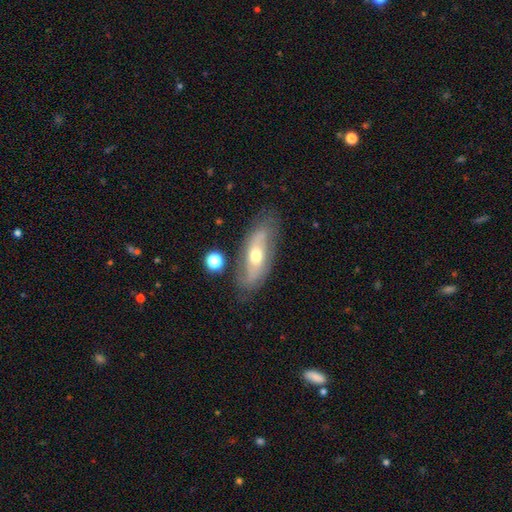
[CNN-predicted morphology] Smooth or featured?
  - featured or disk: 59% *
  - smooth: 34%
  - star or artifact: 8%
Edge-on disk?
  - no: 80% *
  - yes: 20%
Merging?
  - none: 72% *
  - minor disturbance: 18%
  - major disturbance: 6%
  - merger: 3%